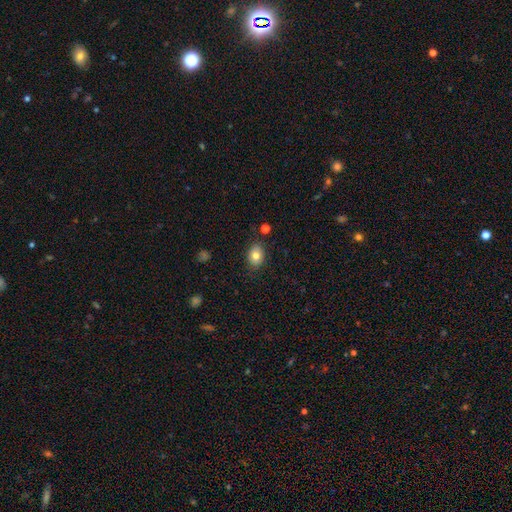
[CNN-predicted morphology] Smooth or featured? smooth (80%)
How rounded? in between (69%)
Merging? none (83%)